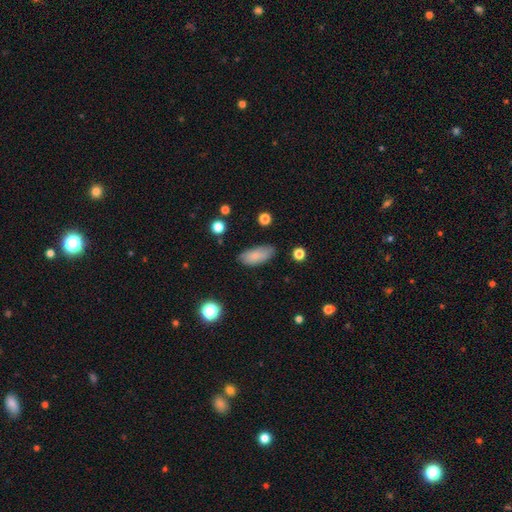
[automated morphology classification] The model was most divided on "merging": none: 76%, minor disturbance: 19%, major disturbance: 4%, merger: 2%. More confident: how rounded — in between (86%); smooth or featured — smooth (80%).